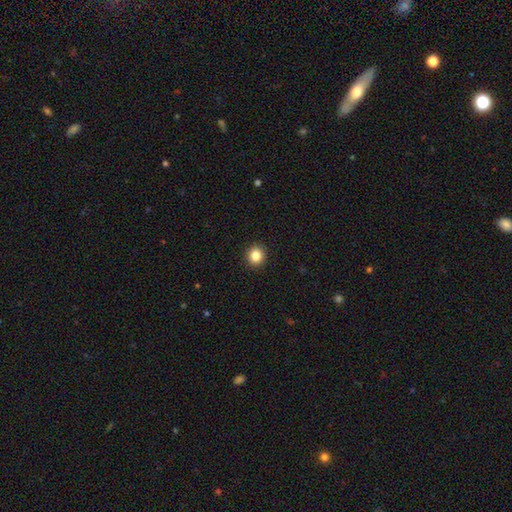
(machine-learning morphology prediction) This is clearly a smooth galaxy (84%). How rounded: clearly round (90%). Merging: clearly none (93%).